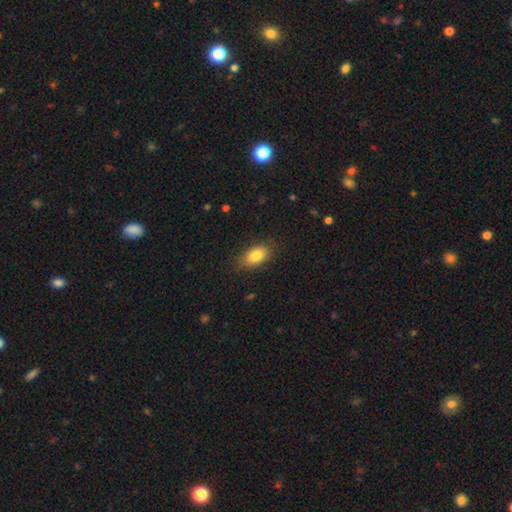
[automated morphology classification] Smooth or featured? smooth (84%)
How rounded? in between (90%)
Merging? none (84%)